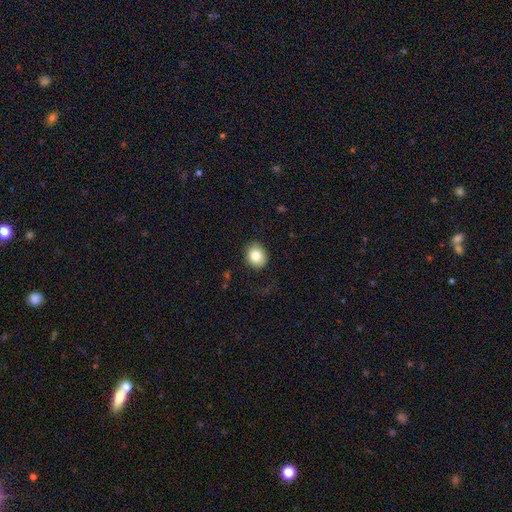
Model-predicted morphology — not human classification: Overall: smooth (81%). How rounded: round (65%; in between 34%). Merging: none (82%).